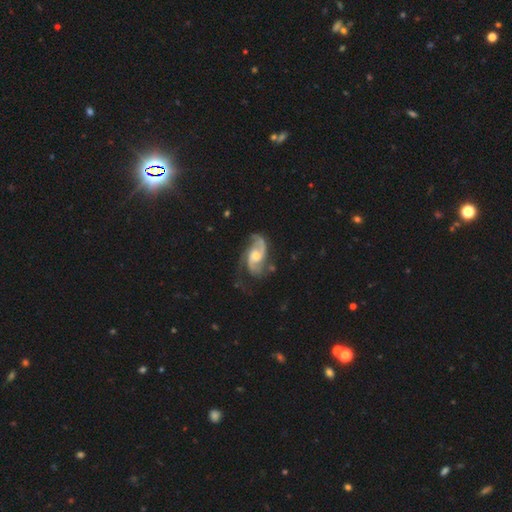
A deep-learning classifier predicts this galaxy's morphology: featured or disk 88%, smooth 7%, star or artifact 5%. Down the decision tree: edge-on disk — no (97%); bar — no (53%); spiral arms — yes (97%); spiral arm count — 2 (81%); spiral winding — medium (52%); bulge size — moderate (58%); merging — none (59%).